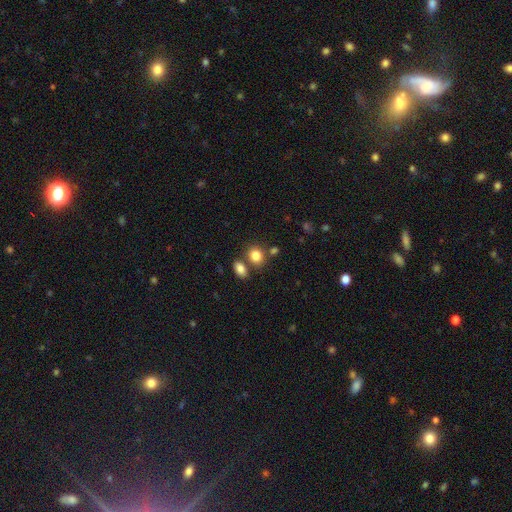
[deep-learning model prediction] smooth 83%, star or artifact 10%, featured or disk 6%. Down the decision tree: how rounded — round (59%); merging — none (63%).